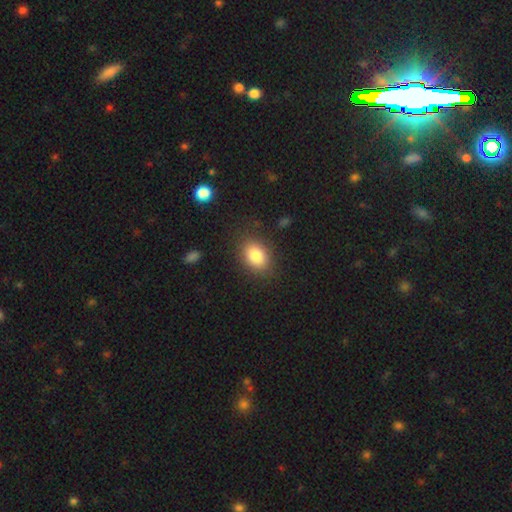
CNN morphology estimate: Q: Smooth or featured?
A: smooth (84%); runner-up: star or artifact (8%)
Q: How rounded?
A: in between (77%); runner-up: round (22%)
Q: Merging?
A: none (83%); runner-up: minor disturbance (12%)